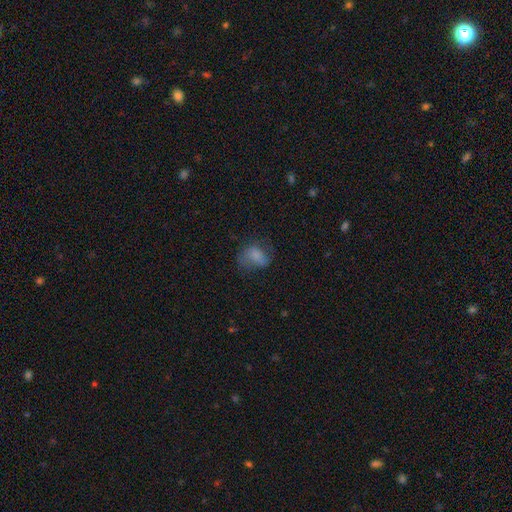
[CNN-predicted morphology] smooth_or_featured: smooth (p=0.70) [alt: featured or disk p=0.18]
how_rounded: in between (p=0.74) [alt: round p=0.24]
merging: none (p=0.44) [alt: minor disturbance p=0.28]